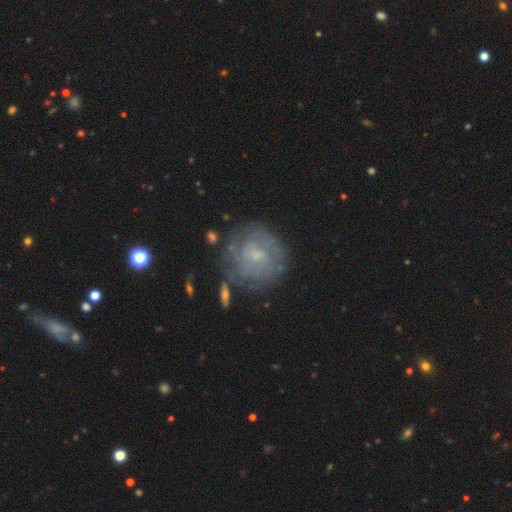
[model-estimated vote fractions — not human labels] This is likely a featured or disk galaxy (66%). It is clearly not viewed edge-on (97%). Bar: possibly no (56%). Spiral arm pattern: likely yes (78%). Spiral arm count: possibly can't tell (56%). Spiral winding: likely tight (65%). Central bulge: likely small (63%). Merging: likely none (72%).